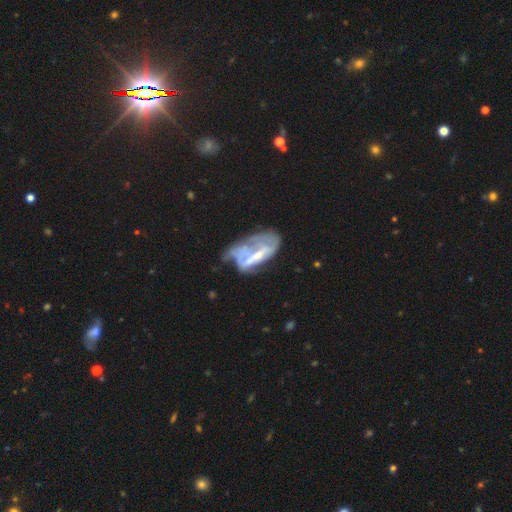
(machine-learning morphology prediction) Smooth or featured? featured or disk (64%)
Edge-on disk? no (91%)
Bar? no (46%)
Spiral arms? no (59%)
Bulge size? small (42%)
Merging? major disturbance (39%)